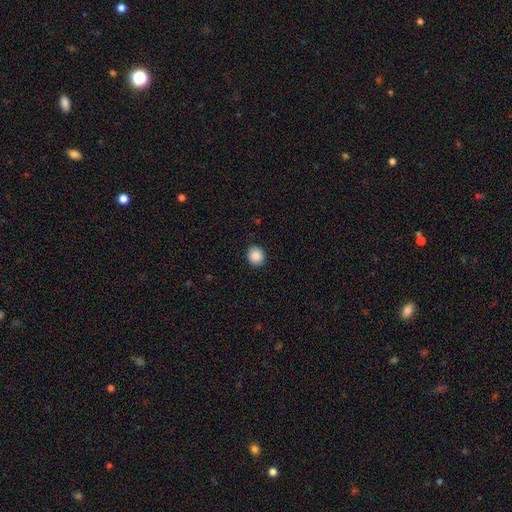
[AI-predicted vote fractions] smooth 88%, star or artifact 8%, featured or disk 3%. Down the decision tree: how rounded — round (79%); merging — none (91%).